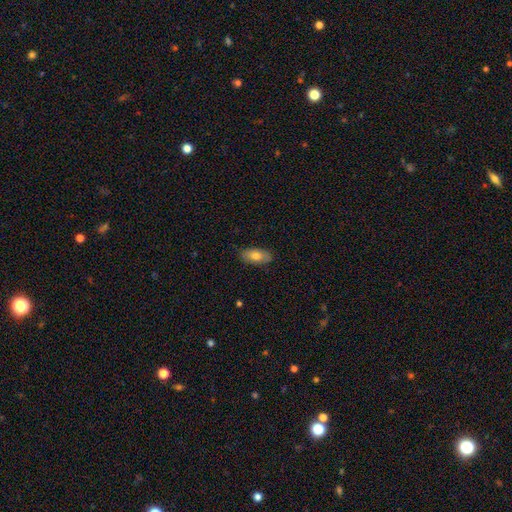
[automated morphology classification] This appears to be a smooth galaxy with no disk features (75%) that is in between round and cigar-shaped (90%). Merging: none (84%).